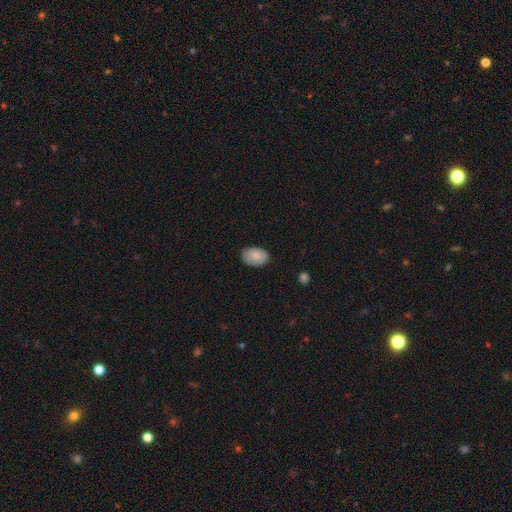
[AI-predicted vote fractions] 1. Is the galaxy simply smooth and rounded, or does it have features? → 83% smooth, 10% featured or disk, 7% star or artifact.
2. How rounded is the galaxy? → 87% in between, 12% round, 1% cigar-shaped.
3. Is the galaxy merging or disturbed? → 81% none, 15% minor disturbance, 3% major disturbance, 1% merger.